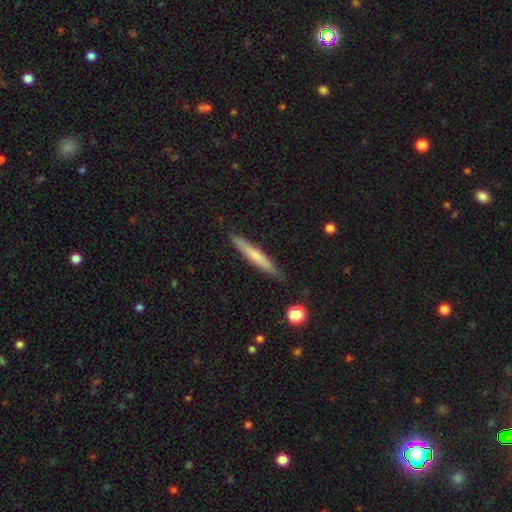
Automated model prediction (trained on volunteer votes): Morphology: type=smooth (58%); roundness=cigar-shaped (94%); merging=none (85%).